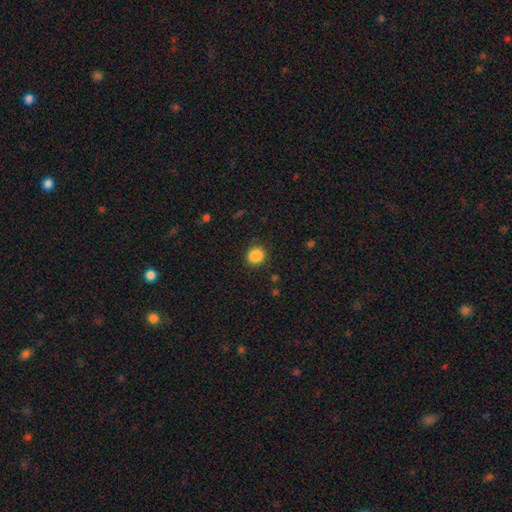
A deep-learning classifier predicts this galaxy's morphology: Smooth or featured: smooth — 87% (star or artifact — 10%)
How rounded: round — 81% (in between — 18%)
Merging: none — 87% (minor disturbance — 9%)